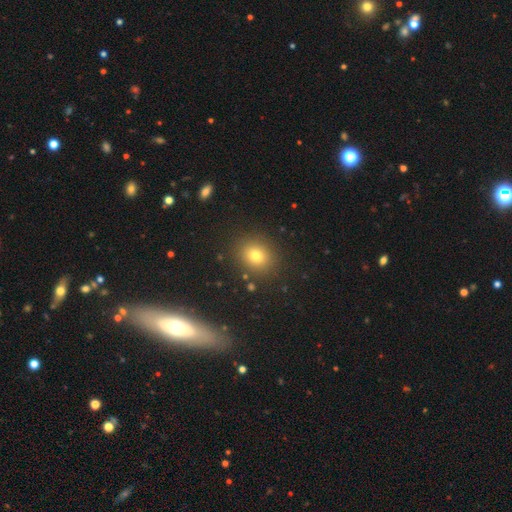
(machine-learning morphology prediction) A smooth galaxy with no disk features (76%) that is round (70%). Merging: none (88%).